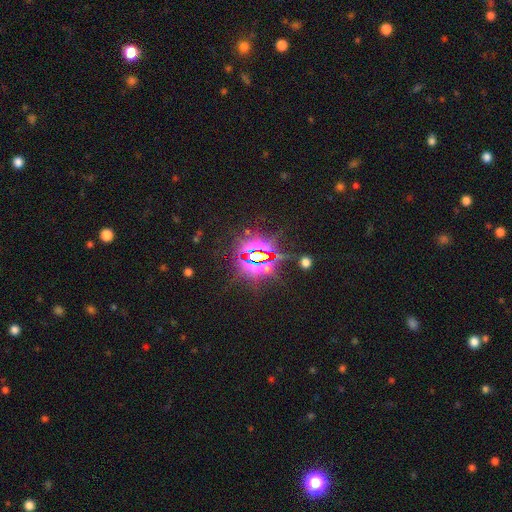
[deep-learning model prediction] This is clearly a star or artifact rather than a galaxy (84%).